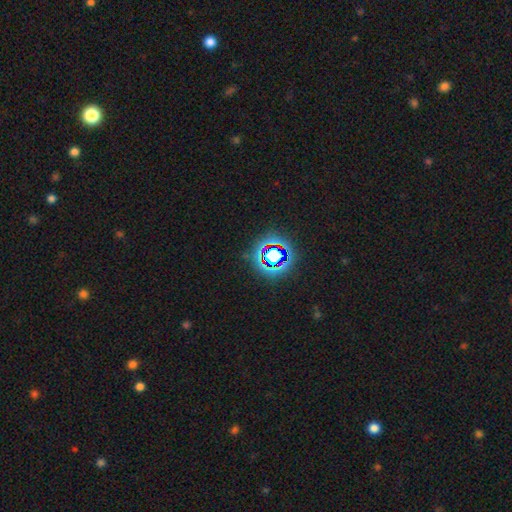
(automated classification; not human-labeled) A star or artifact, not a galaxy (77%).